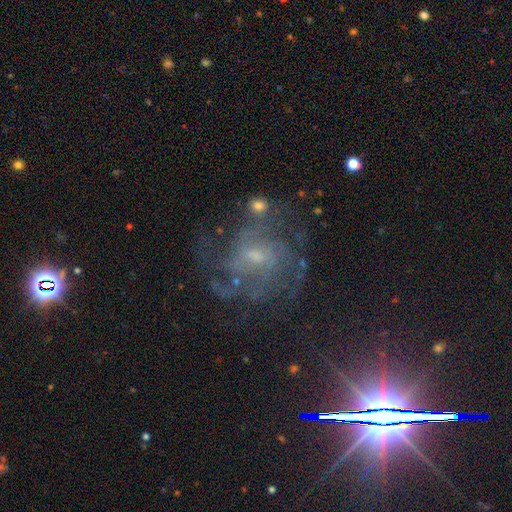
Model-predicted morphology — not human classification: smooth_or_featured: featured or disk (p=0.64) [alt: star or artifact p=0.27]
disk_edge_on: no (p=0.95) [alt: yes p=0.05]
bar: no (p=0.56) [alt: weak p=0.33]
has_spiral_arms: yes (p=0.92) [alt: no p=0.08]
spiral_winding: tight (p=0.56) [alt: medium p=0.35]
spiral_arm_count: can't tell (p=0.41) [alt: 2 p=0.16]
bulge_size: small (p=0.70) [alt: moderate p=0.22]
merging: none (p=0.68) [alt: minor disturbance p=0.15]